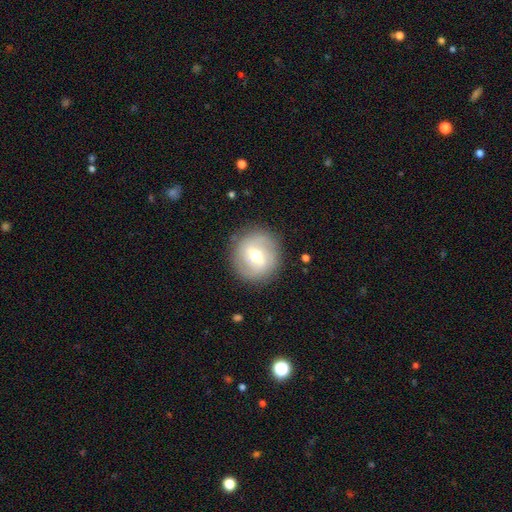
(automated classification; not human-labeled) smooth_or_featured: featured or disk (p=0.61) [alt: smooth p=0.32]
disk_edge_on: no (p=0.95) [alt: yes p=0.05]
bar: weak (p=0.54) [alt: strong p=0.28]
has_spiral_arms: yes (p=0.71) [alt: no p=0.29]
bulge_size: moderate (p=0.71) [alt: small p=0.20]
merging: none (p=0.86) [alt: minor disturbance p=0.09]